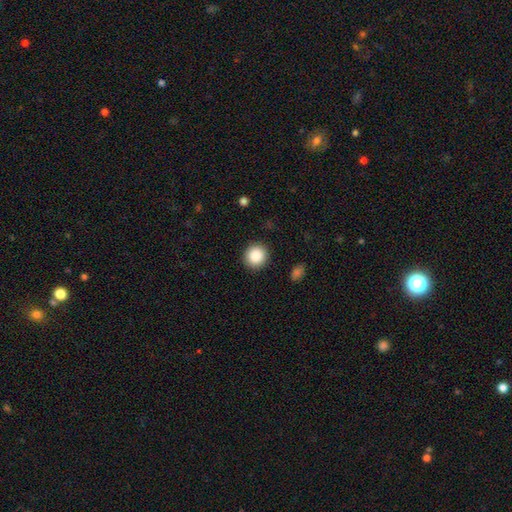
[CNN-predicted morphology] smooth_or_featured: smooth (p=0.87) [alt: star or artifact p=0.09]
how_rounded: round (p=0.91) [alt: in between p=0.08]
merging: none (p=0.91) [alt: minor disturbance p=0.06]